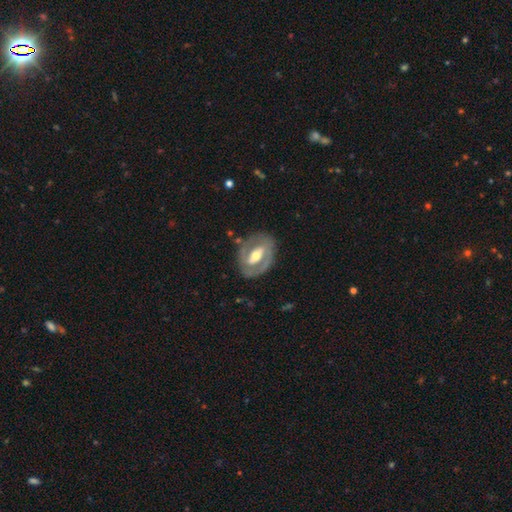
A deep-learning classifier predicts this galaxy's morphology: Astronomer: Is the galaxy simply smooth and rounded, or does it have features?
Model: featured or disk — 76%.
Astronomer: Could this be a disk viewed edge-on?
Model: no — 94%.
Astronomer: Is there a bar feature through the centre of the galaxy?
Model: strong — 44% (runner-up: weak, 34%).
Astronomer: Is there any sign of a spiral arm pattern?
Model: yes — 59% (runner-up: no, 41%).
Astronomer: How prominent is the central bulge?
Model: moderate — 67%.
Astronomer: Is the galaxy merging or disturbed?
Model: none — 77%.